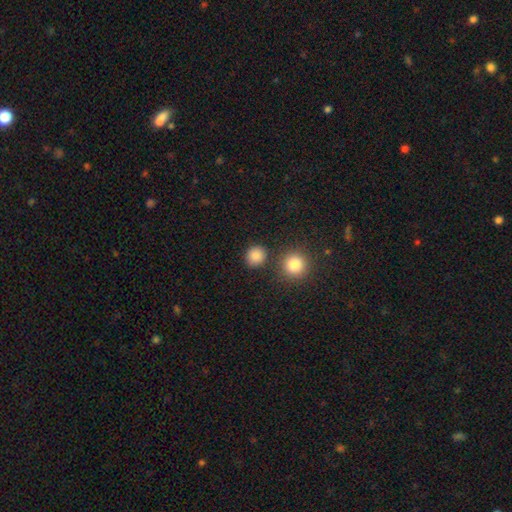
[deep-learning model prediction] smooth 85%, star or artifact 11%, featured or disk 4%. Down the decision tree: how rounded — round (85%); merging — none (83%).